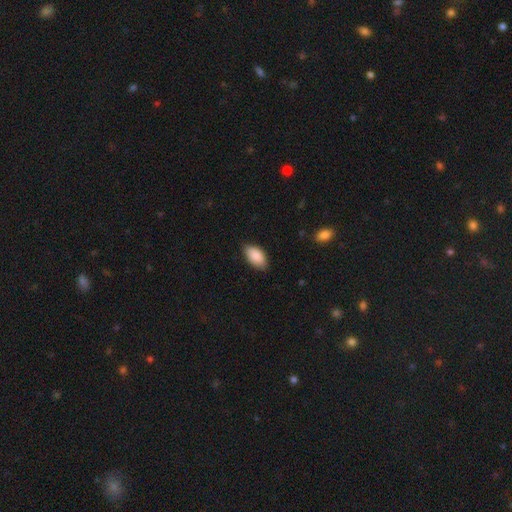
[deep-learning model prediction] smooth 89%, star or artifact 6%, featured or disk 5%. Down the decision tree: how rounded — in between (95%); merging — none (80%).